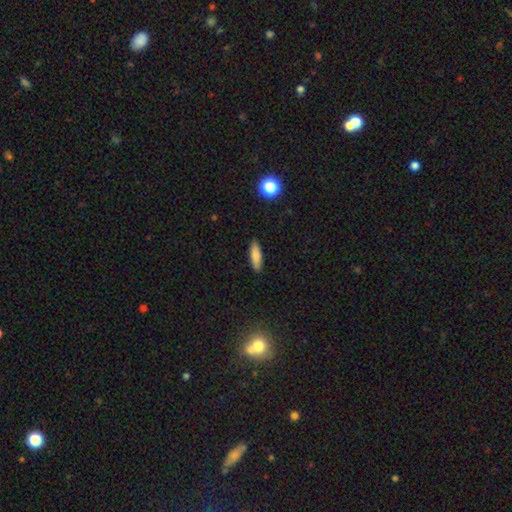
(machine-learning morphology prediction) This appears to be a smooth galaxy with no disk features (78%) that is cigar-shaped (51%). Merging: none (89%).